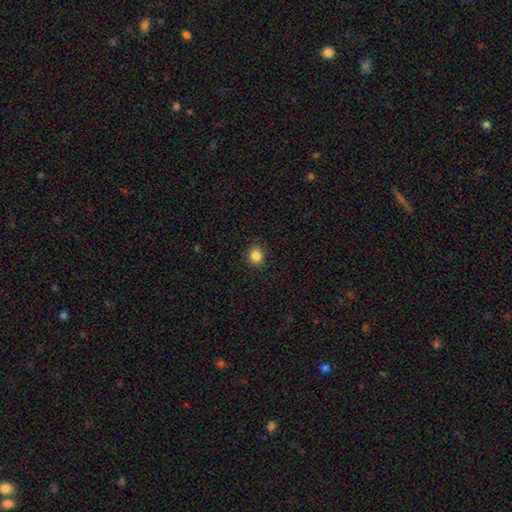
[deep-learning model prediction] This is clearly a smooth galaxy (85%). How rounded: clearly round (84%). Merging: clearly none (91%).